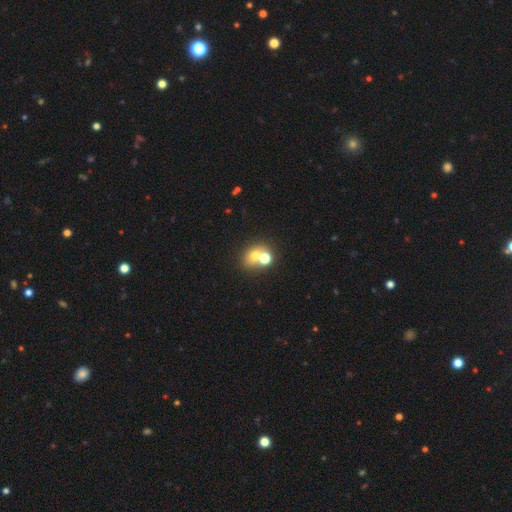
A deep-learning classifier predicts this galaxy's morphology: type=smooth (65%); roundness=round (65%); merging=none (45%).